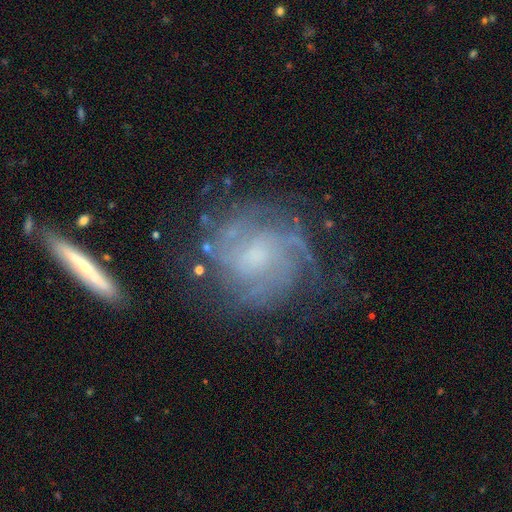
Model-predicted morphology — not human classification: Smooth or featured? Predicted: featured or disk (p=0.78). Edge-on disk? Predicted: no (p=0.96). Bar? Predicted: no (p=0.59). Spiral arms? Predicted: yes (p=0.91). Spiral winding? Predicted: tight (p=0.51). Spiral arm count? Predicted: can't tell (p=0.39). Bulge size? Predicted: small (p=0.38). Merging? Predicted: none (p=0.67).